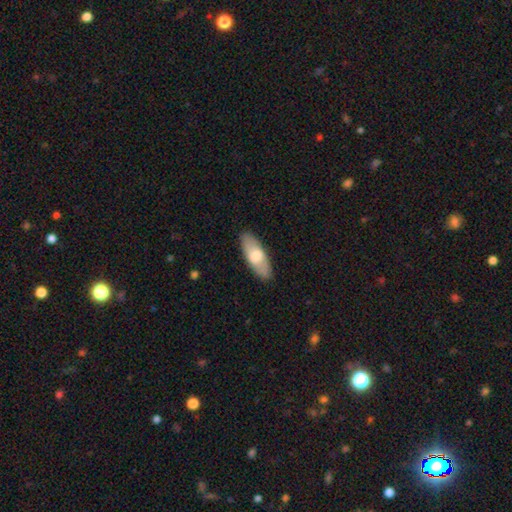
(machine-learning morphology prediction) The model was most divided on "smooth or featured": smooth: 67%, featured or disk: 28%, star or artifact: 5%. More confident: merging — none (87%); how rounded — in between (74%).